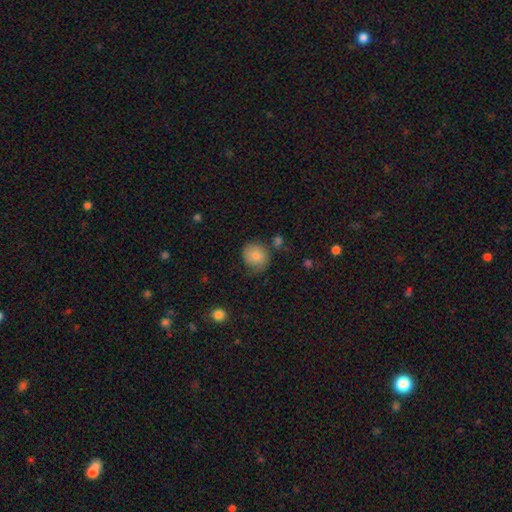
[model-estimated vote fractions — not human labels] Smooth or featured? Predicted: smooth (p=0.82). How rounded? Predicted: round (p=0.78). Merging? Predicted: none (p=0.66).